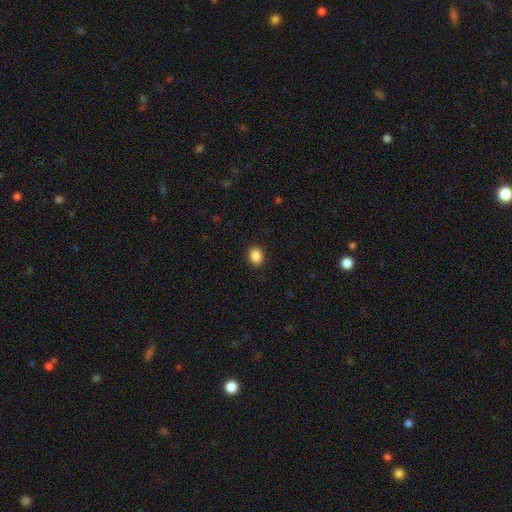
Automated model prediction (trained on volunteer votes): A smooth galaxy with no disk features (89%) that is in between round and cigar-shaped (51%). Merging: none (90%).